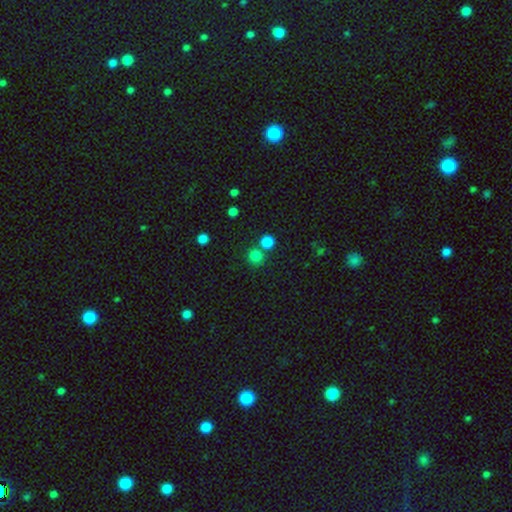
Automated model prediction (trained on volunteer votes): A smooth galaxy with no disk features (80%) that is round (91%).

Vote fractions:
- Smooth or featured? smooth: 80% / star or artifact: 15% / featured or disk: 5%
- How rounded? round: 91% / in between: 8% / cigar-shaped: 1%
- Merging? none: 70% / merger: 20% / minor disturbance: 7% / major disturbance: 3%